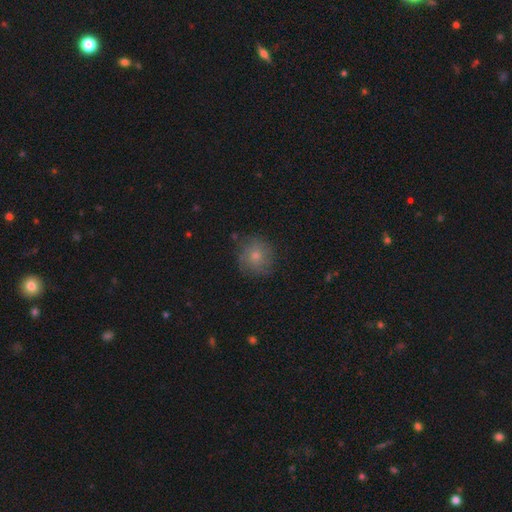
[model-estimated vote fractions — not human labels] Smooth or featured: smooth — 71% (featured or disk — 18%)
How rounded: round — 91% (in between — 8%)
Merging: none — 79% (minor disturbance — 15%)